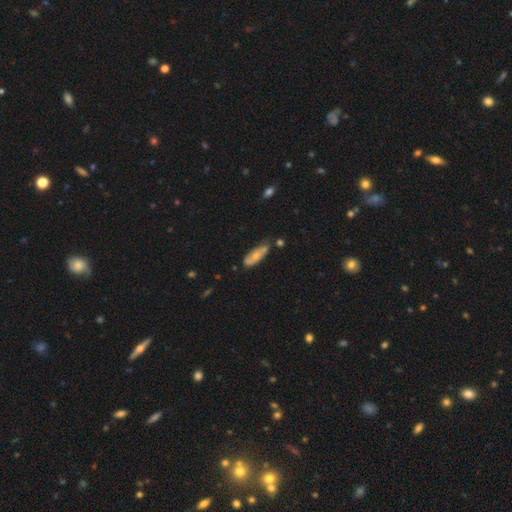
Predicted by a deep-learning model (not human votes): This appears to be a smooth galaxy with no disk features (62%) that is in between round and cigar-shaped (54%). Merging: none (62%).